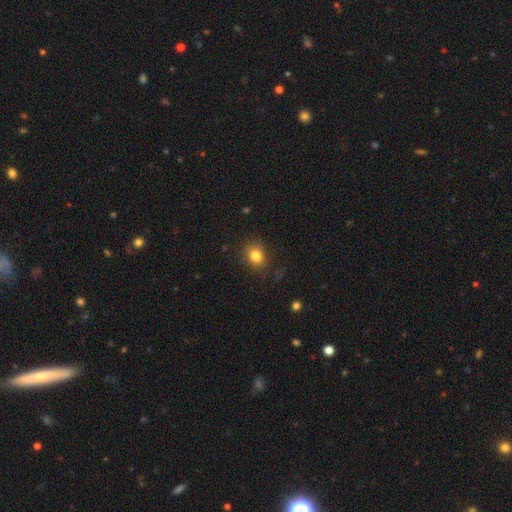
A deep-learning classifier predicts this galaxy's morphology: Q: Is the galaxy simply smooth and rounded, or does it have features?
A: smooth — 82%.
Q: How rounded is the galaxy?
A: round — 58%.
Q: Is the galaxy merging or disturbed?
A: none — 82%.